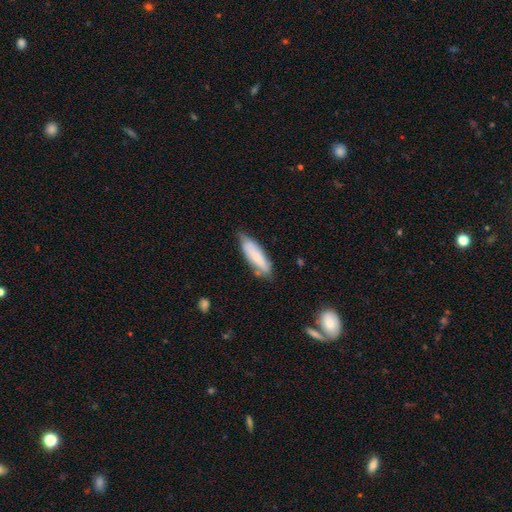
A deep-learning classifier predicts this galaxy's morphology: Smooth or featured? smooth (72%)
How rounded? cigar-shaped (57%)
Merging? none (64%)